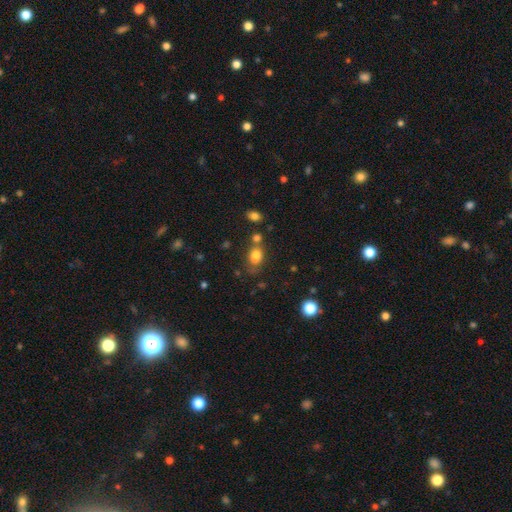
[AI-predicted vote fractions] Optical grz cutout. It shows a smooth galaxy with no disk features (80%) that is in between round and cigar-shaped (78%). Merging: none (55%).